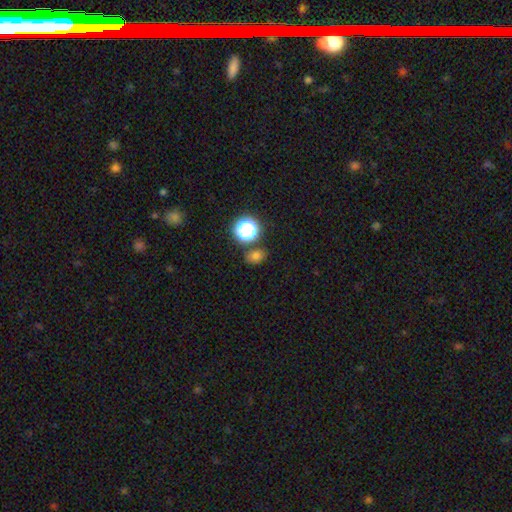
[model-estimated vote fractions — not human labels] The model was most divided on "how rounded": in between: 52%, round: 47%, cigar-shaped: 1%. More confident: merging — none (75%); smooth or featured — smooth (72%).